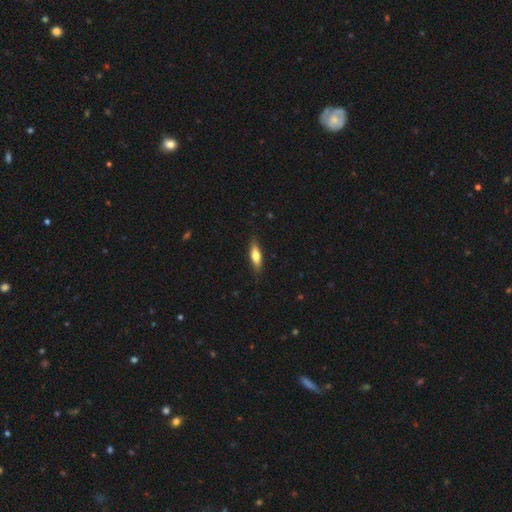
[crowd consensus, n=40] smooth 75%, featured or disk 15%, star or artifact 10%. Down the decision tree: how rounded — cigar-shaped (50%); merging — none (89%).